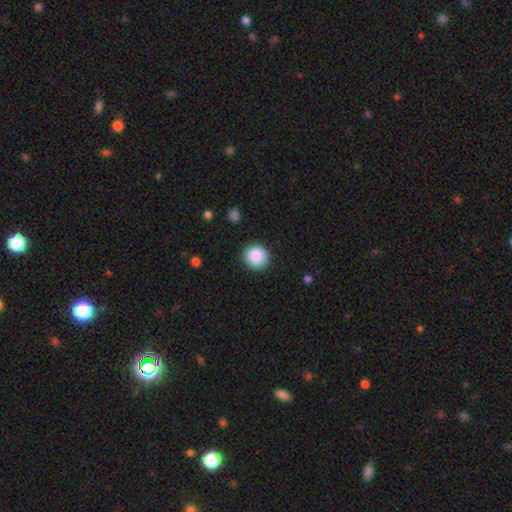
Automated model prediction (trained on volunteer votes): This is clearly a smooth galaxy (88%). How rounded: clearly round (92%). Merging: clearly none (90%).